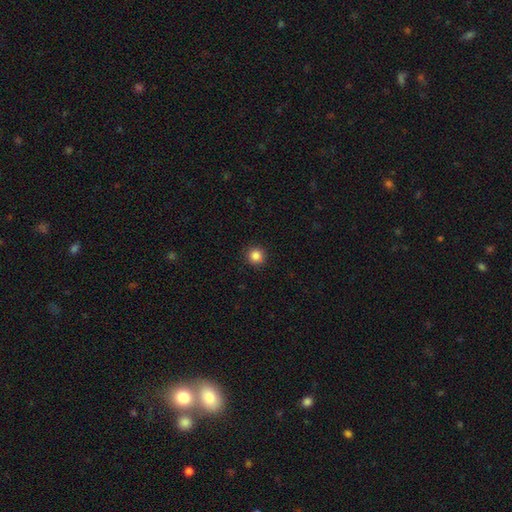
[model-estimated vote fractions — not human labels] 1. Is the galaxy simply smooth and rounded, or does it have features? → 85% smooth, 11% star or artifact, 4% featured or disk.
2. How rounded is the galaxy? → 95% round, 4% in between, 1% cigar-shaped.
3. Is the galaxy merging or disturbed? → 92% none, 5% minor disturbance, 2% major disturbance, 1% merger.